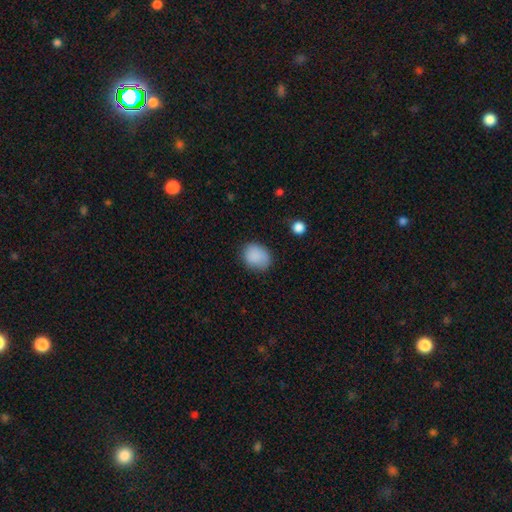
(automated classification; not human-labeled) A smooth galaxy with no disk features (87%) that is round (50%).

Vote fractions:
- Smooth or featured? smooth: 87% / star or artifact: 8% / featured or disk: 4%
- How rounded? round: 50% / in between: 49% / cigar-shaped: 1%
- Merging? none: 76% / minor disturbance: 18% / major disturbance: 4% / merger: 1%